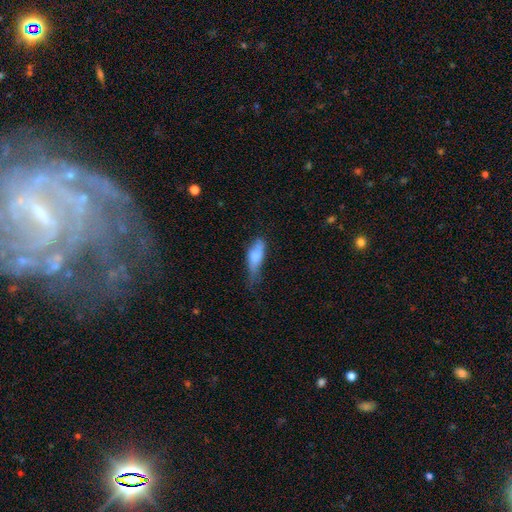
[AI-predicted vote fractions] smooth_or_featured: smooth (p=0.75) [alt: featured or disk p=0.18]
how_rounded: in between (p=0.67) [alt: cigar-shaped p=0.30]
merging: minor disturbance (p=0.44) [alt: none p=0.30]